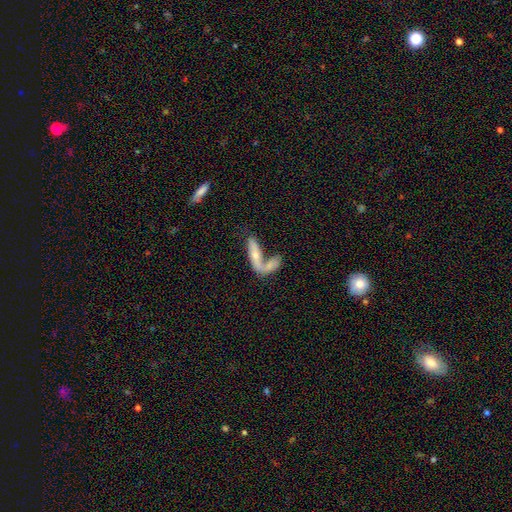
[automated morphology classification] smooth_or_featured: smooth (p=0.47) [alt: featured or disk p=0.45]
merging: merger (p=0.58) [alt: none p=0.21]